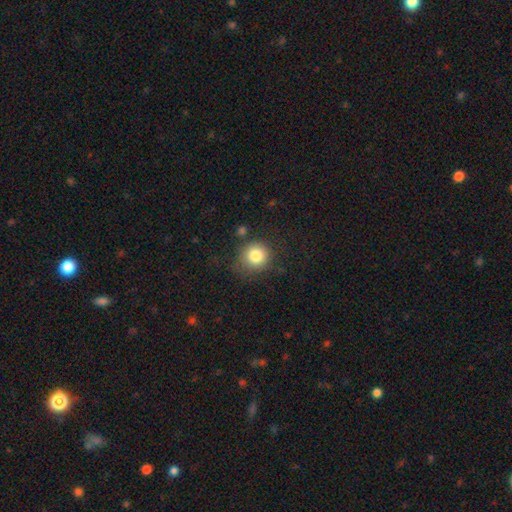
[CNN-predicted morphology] Smooth or featured: smooth — 82% (star or artifact — 11%)
How rounded: round — 91% (in between — 8%)
Merging: none — 78% (minor disturbance — 13%)